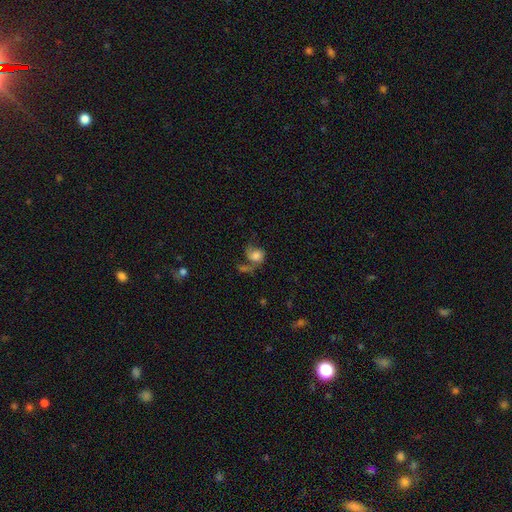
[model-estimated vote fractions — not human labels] Morphology: type=smooth (52%); roundness=round (57%); merging=major disturbance (31%).